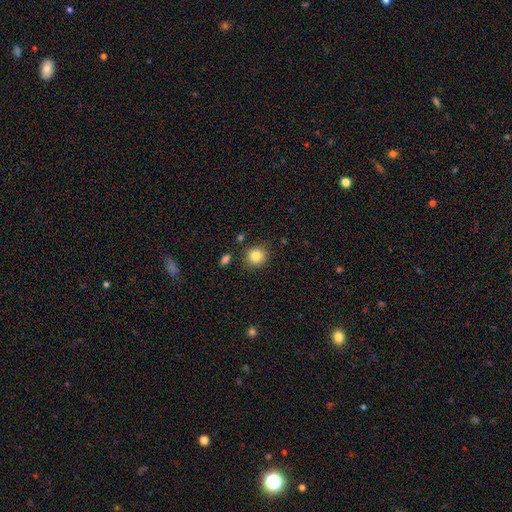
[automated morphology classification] The model was most divided on "how rounded": round: 85%, in between: 14%, cigar-shaped: 1%. More confident: merging — none (84%); smooth or featured — smooth (84%).